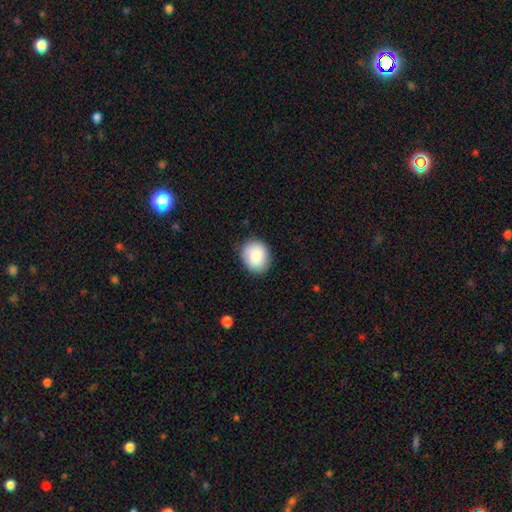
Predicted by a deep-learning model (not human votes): Smooth or featured: smooth — 87% (star or artifact — 6%)
How rounded: round — 64% (in between — 36%)
Merging: none — 85% (minor disturbance — 11%)